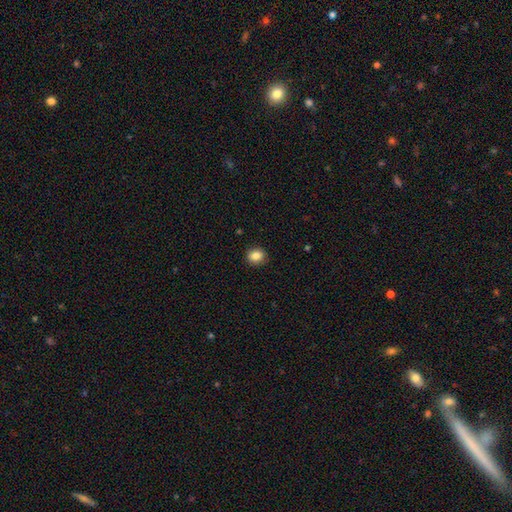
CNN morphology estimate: smooth-or-featured: smooth: 86% | star or artifact: 9% | featured or disk: 5%
  how-rounded: round: 71% | in between: 28% | cigar-shaped: 1%
  merging: none: 88% | minor disturbance: 9% | major disturbance: 2% | merger: 1%